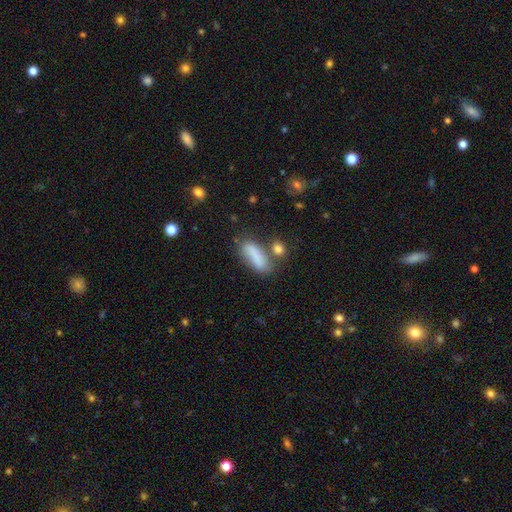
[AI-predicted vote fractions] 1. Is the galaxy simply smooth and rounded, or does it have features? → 78% smooth, 13% featured or disk, 9% star or artifact.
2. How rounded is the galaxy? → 62% in between, 35% cigar-shaped, 4% round.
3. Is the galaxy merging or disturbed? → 53% none, 22% minor disturbance, 15% merger, 9% major disturbance.